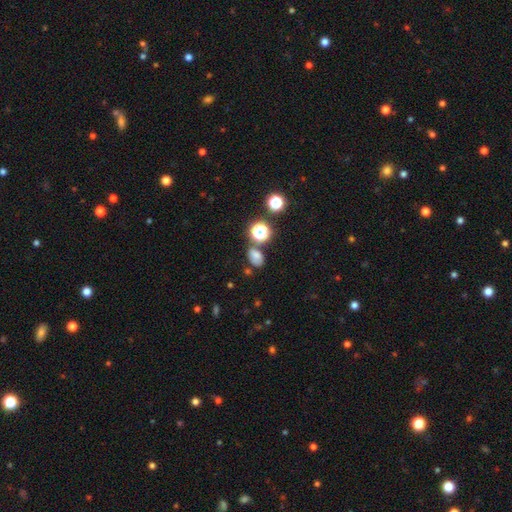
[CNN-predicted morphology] Smooth or featured: smooth — 63% (star or artifact — 24%)
How rounded: in between — 72% (round — 26%)
Merging: none — 64% (minor disturbance — 16%)